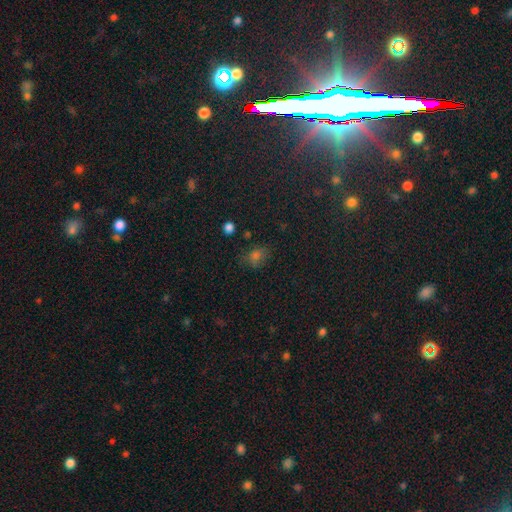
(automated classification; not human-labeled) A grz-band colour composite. It shows a smooth galaxy with no disk features (54%) that is in between round and cigar-shaped (57%). Merging: none (71%).